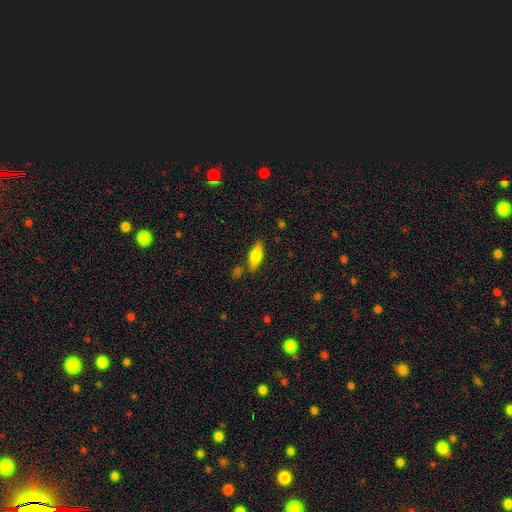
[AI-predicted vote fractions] Morphology: type=smooth (64%); roundness=in between (59%); merging=none (79%).